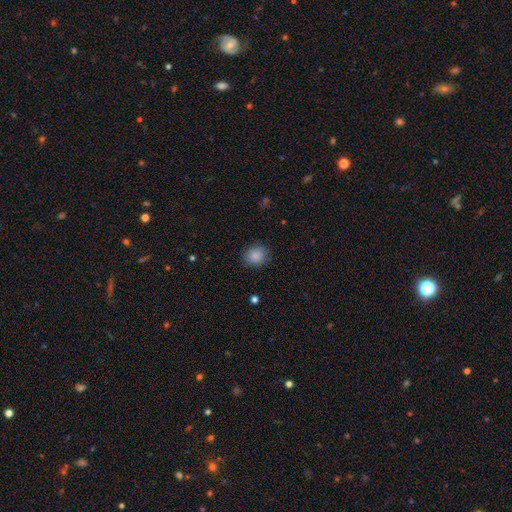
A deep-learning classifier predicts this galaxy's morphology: Overall: smooth (87%). How rounded: round (71%). Merging: none (86%).